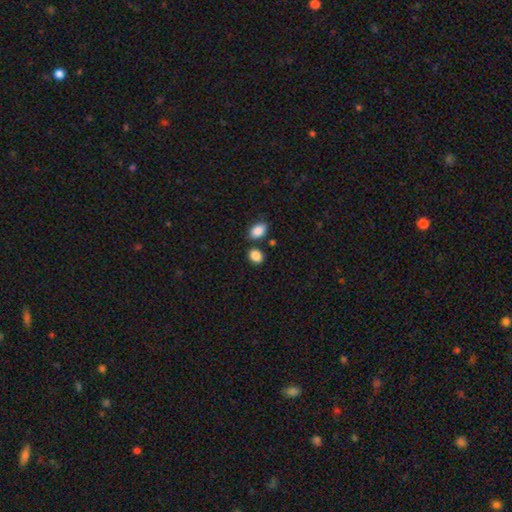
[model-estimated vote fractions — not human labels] smooth 87%, star or artifact 9%, featured or disk 4%. Down the decision tree: how rounded — in between (56%); merging — none (73%).